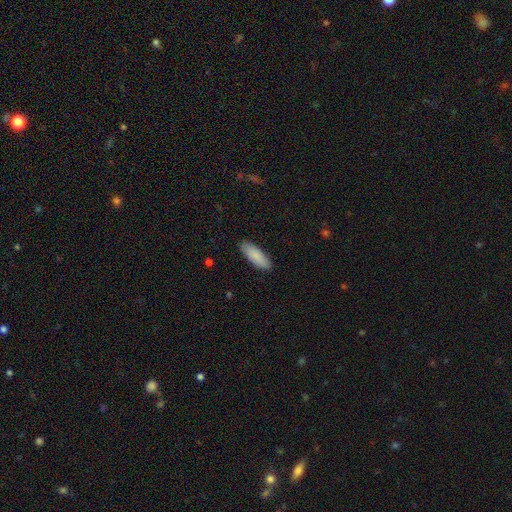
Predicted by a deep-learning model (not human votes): Smooth or featured? Predicted: smooth (p=0.89). How rounded? Predicted: in between (p=0.61). Merging? Predicted: none (p=0.89).